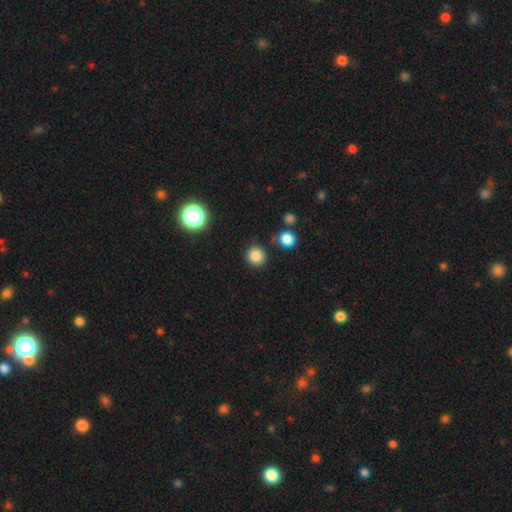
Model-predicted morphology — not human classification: smooth 83%, star or artifact 13%, featured or disk 4%. Down the decision tree: how rounded — round (92%); merging — none (87%).